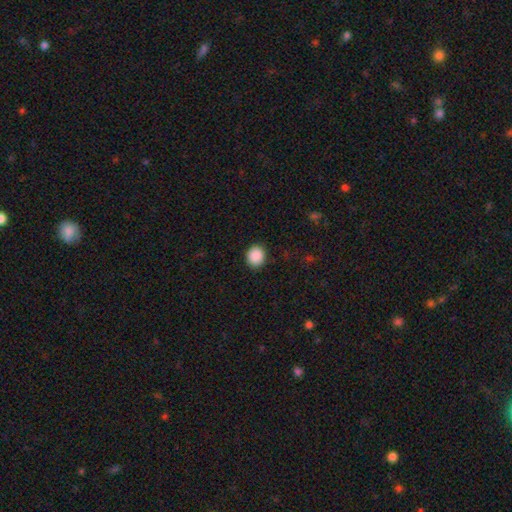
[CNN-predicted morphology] smooth-or-featured: smooth: 90% | star or artifact: 8% | featured or disk: 2%
  how-rounded: round: 77% | in between: 22% | cigar-shaped: 1%
  merging: none: 90% | minor disturbance: 7% | major disturbance: 2% | merger: 1%